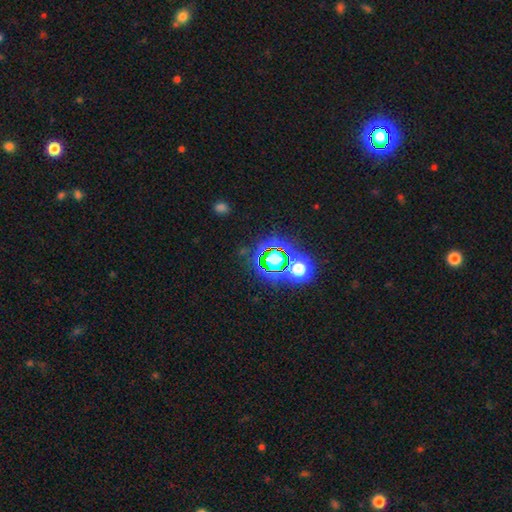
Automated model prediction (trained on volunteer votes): Morphology: type=star or artifact (73%).